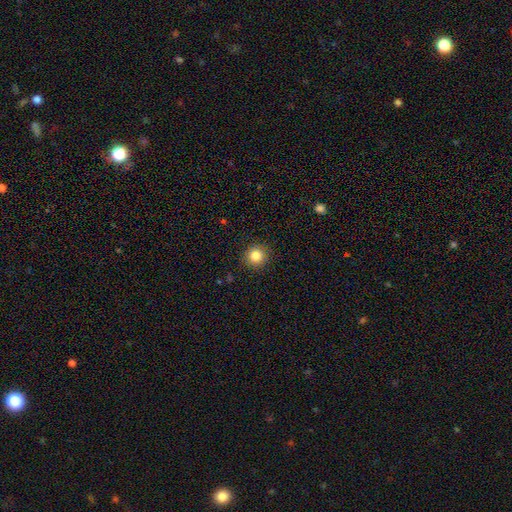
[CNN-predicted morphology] A smooth galaxy with no disk features (84%) that is round (93%).

Vote fractions:
- Smooth or featured? smooth: 84% / star or artifact: 11% / featured or disk: 5%
- How rounded? round: 93% / in between: 6% / cigar-shaped: 1%
- Merging? none: 91% / minor disturbance: 6% / major disturbance: 2% / merger: 1%